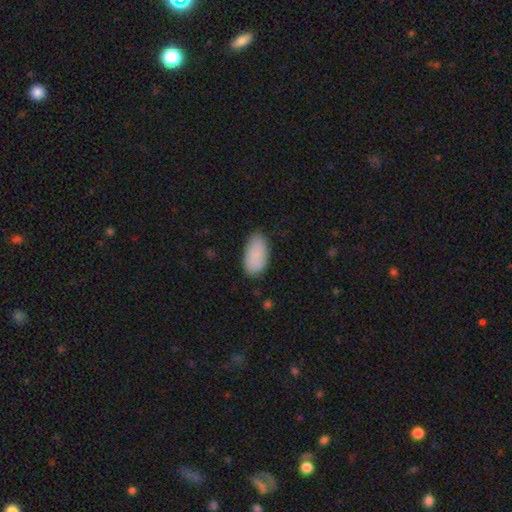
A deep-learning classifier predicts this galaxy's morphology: Smooth or featured?
  - smooth: 87% *
  - featured or disk: 7%
  - star or artifact: 6%
How rounded?
  - in between: 94% *
  - cigar-shaped: 3%
  - round: 3%
Merging?
  - none: 80% *
  - minor disturbance: 16%
  - major disturbance: 3%
  - merger: 1%